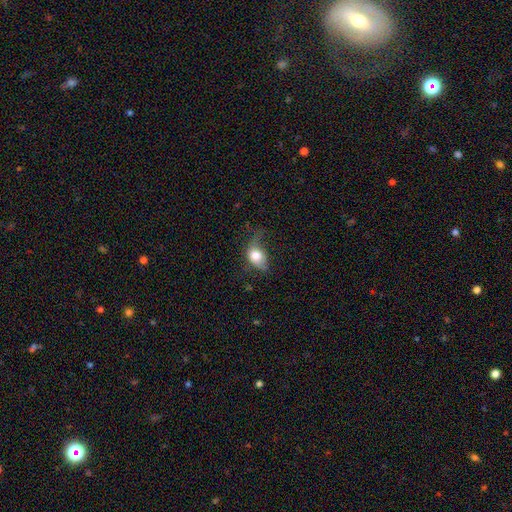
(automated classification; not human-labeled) A smooth galaxy with no disk features (73%) that is in between round and cigar-shaped (68%).

Vote fractions:
- Smooth or featured? smooth: 73% / featured or disk: 18% / star or artifact: 9%
- How rounded? in between: 68% / round: 30% / cigar-shaped: 2%
- Merging? minor disturbance: 35% / major disturbance: 34% / none: 28% / merger: 3%